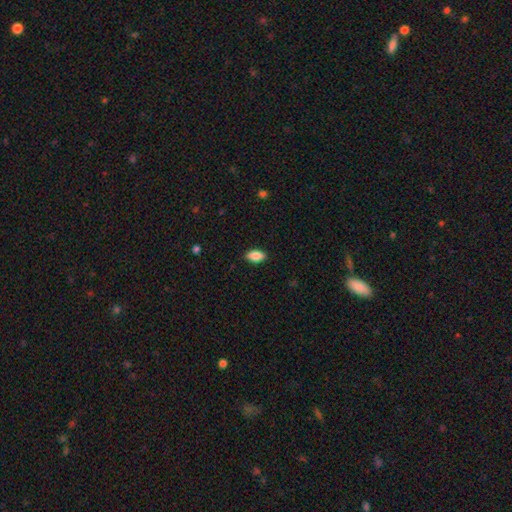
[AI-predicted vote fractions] Smooth or featured? smooth (87%)
How rounded? in between (91%)
Merging? none (88%)